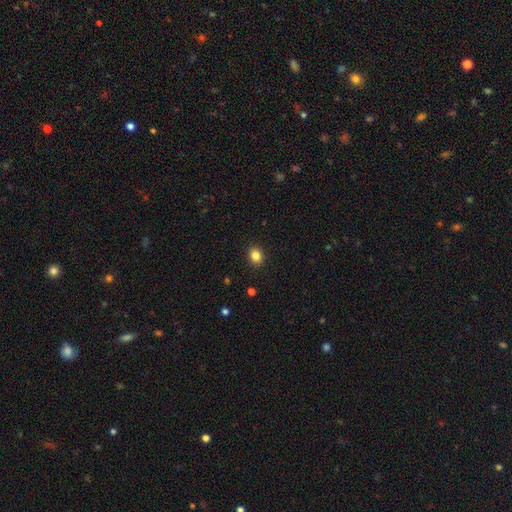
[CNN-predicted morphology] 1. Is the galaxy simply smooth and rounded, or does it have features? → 85% smooth, 10% star or artifact, 5% featured or disk.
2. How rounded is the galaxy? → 54% round, 45% in between, 1% cigar-shaped.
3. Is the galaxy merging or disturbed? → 91% none, 6% minor disturbance, 2% major disturbance, 1% merger.